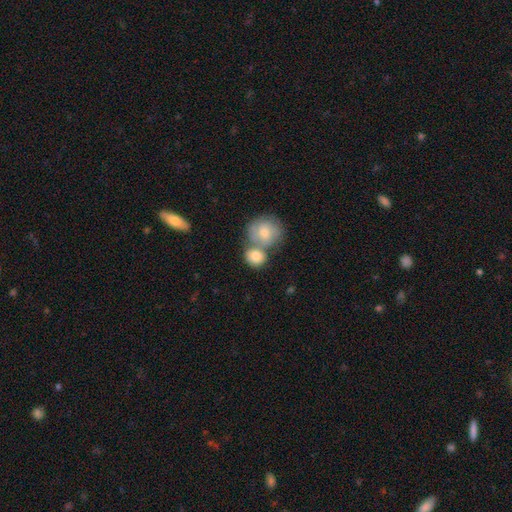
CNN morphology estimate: A smooth galaxy with no disk features (78%) that is round (73%). Merging: merger (51%).